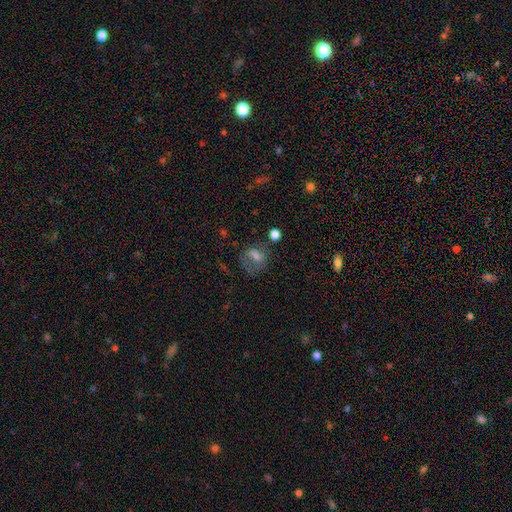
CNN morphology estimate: This appears to be a smooth galaxy with no disk features (56%) that is in between round and cigar-shaped (51%). Merging: none (46%).